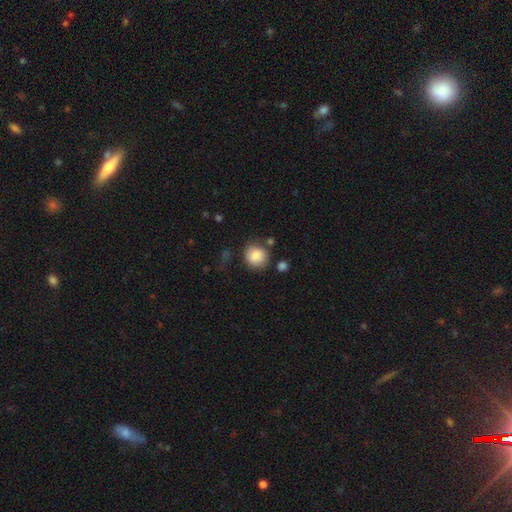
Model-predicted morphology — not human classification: This is clearly a smooth galaxy (84%). How rounded: clearly round (86%). Merging: likely none (74%).